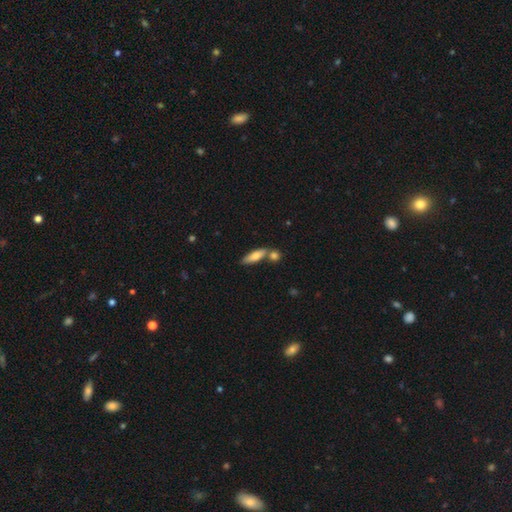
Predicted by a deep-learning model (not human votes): Morphology: type=smooth (74%); roundness=cigar-shaped (50%); merging=none (60%).